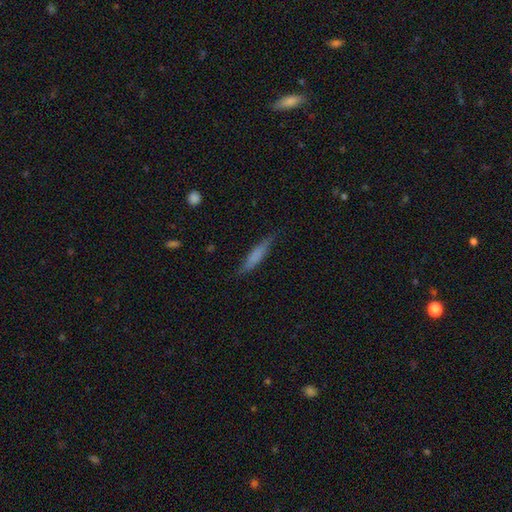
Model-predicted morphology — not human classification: A smooth galaxy with no disk features (68%) that is cigar-shaped (85%).

Vote fractions:
- Smooth or featured? smooth: 68% / featured or disk: 25% / star or artifact: 7%
- How rounded? cigar-shaped: 85% / in between: 13% / round: 2%
- Merging? none: 81% / minor disturbance: 15% / major disturbance: 3% / merger: 1%